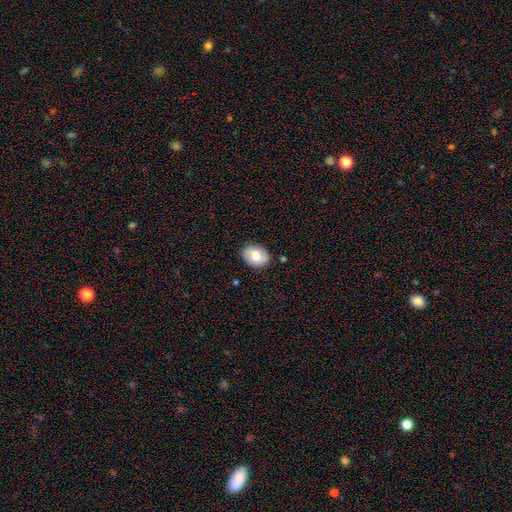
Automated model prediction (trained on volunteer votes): smooth_or_featured: smooth (p=0.73) [alt: featured or disk p=0.20]
how_rounded: in between (p=0.68) [alt: round p=0.31]
merging: none (p=0.86) [alt: minor disturbance p=0.10]